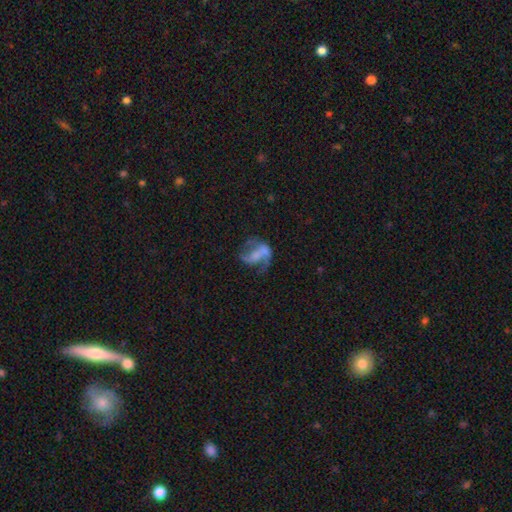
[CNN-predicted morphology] Q: Smooth or featured?
A: featured or disk (68%); runner-up: smooth (21%)
Q: Edge-on disk?
A: no (97%); runner-up: yes (3%)
Q: Bar?
A: no (45%); runner-up: weak (34%)
Q: Spiral arms?
A: yes (72%); runner-up: no (28%)
Q: Bulge size?
A: none (39%); runner-up: small (29%)
Q: Merging?
A: none (38%); runner-up: major disturbance (33%)